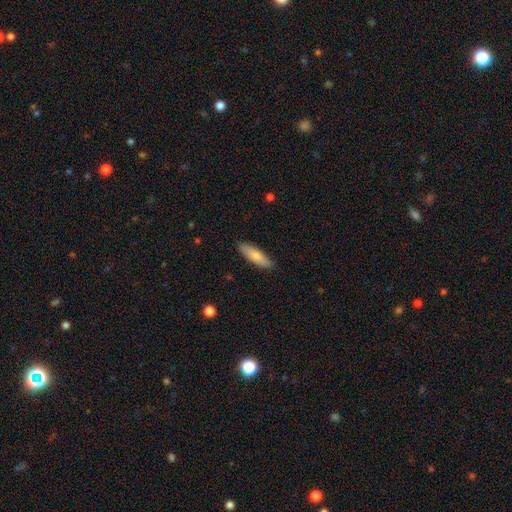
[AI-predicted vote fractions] The model was most divided on "how rounded": cigar-shaped: 51%, in between: 47%, round: 2%. More confident: merging — none (86%); smooth or featured — smooth (78%).